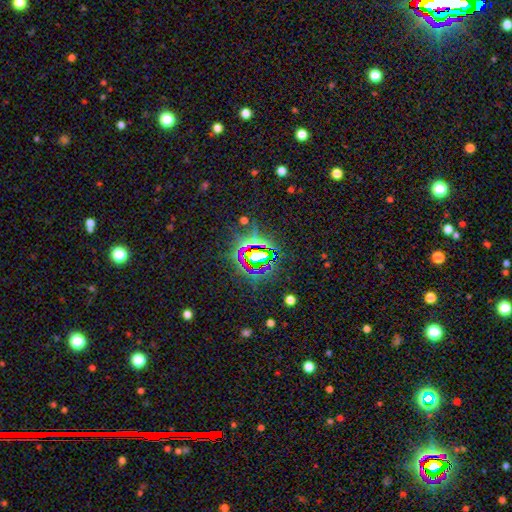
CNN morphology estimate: This appears to be a star or artifact, not a galaxy (74%).